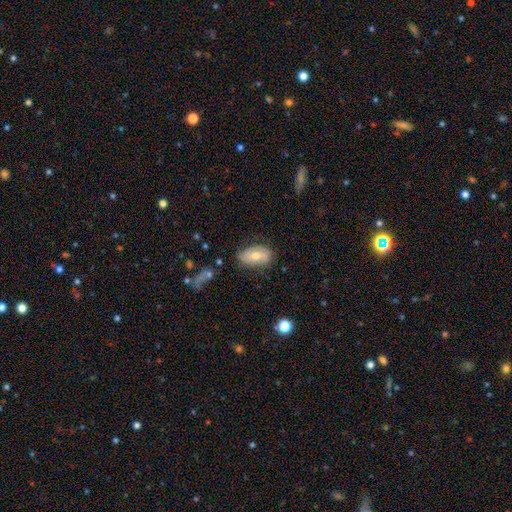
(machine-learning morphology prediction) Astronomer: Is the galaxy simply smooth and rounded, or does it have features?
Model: smooth — 55% (runner-up: featured or disk, 36%).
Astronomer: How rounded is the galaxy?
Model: in between — 90%.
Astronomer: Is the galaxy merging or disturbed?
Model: none — 71%.